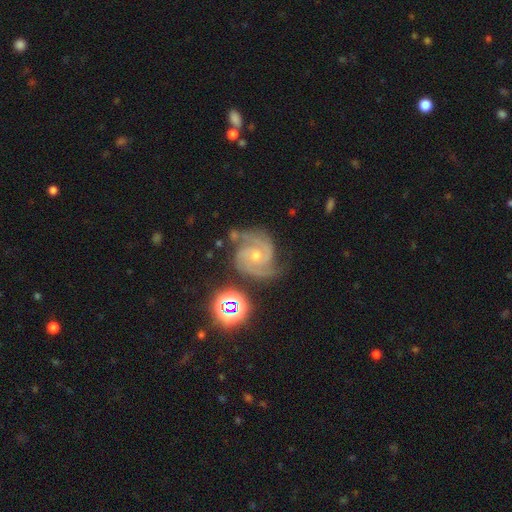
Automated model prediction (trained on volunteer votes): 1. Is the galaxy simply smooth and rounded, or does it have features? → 89% featured or disk, 7% star or artifact, 4% smooth.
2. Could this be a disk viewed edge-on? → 98% no, 2% yes.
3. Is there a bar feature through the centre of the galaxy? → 69% no, 25% weak, 6% strong.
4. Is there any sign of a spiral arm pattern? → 99% yes, 1% no.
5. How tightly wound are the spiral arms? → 56% tight, 39% medium, 5% loose.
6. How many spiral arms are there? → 47% 3, 36% 2, 6% 4, 5% can't tell, 3% 1, 3% more than 4.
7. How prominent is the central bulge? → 48% moderate (tied), 48% small (tied), 1% none, 1% large, 1% dominant.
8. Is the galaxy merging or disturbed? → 65% none, 23% minor disturbance, 8% major disturbance, 4% merger.